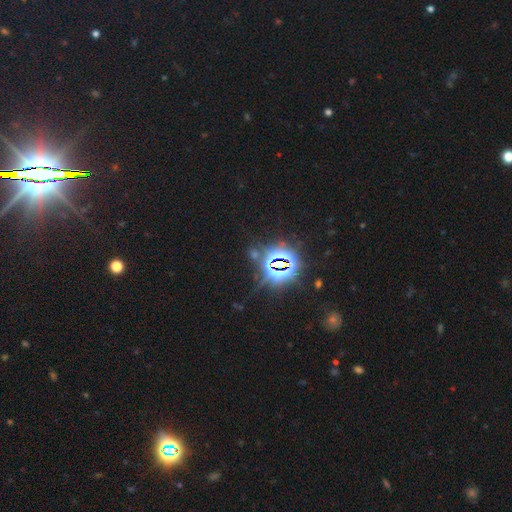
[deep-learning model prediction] This is clearly a star or artifact rather than a galaxy (84%).